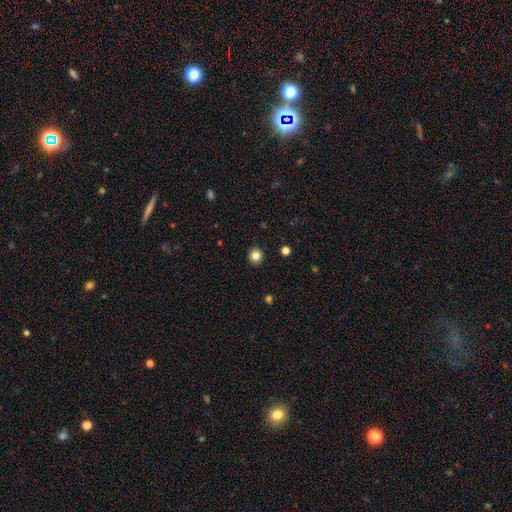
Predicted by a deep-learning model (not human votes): Smooth or featured? smooth (83%)
How rounded? round (91%)
Merging? none (92%)